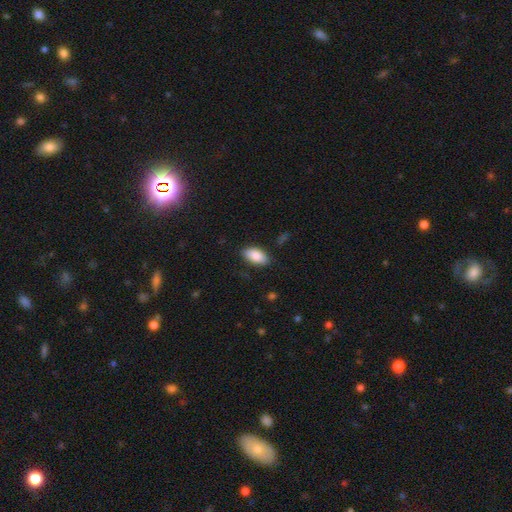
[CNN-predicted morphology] This is clearly a smooth galaxy (86%). How rounded: clearly in between (93%). Merging: clearly none (84%).